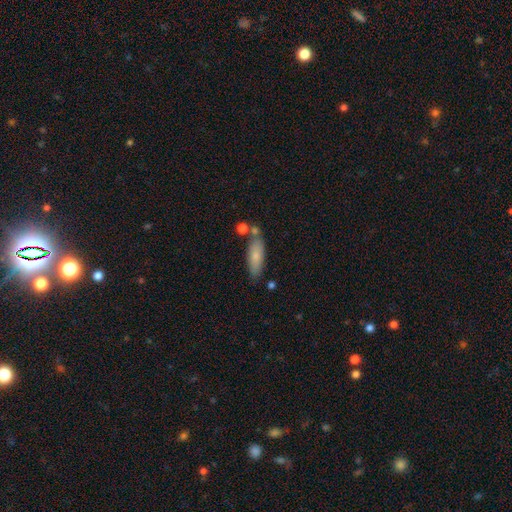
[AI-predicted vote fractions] smooth_or_featured: smooth (p=0.76) [alt: featured or disk p=0.17]
how_rounded: in between (p=0.51) [alt: cigar-shaped p=0.46]
merging: none (p=0.69) [alt: minor disturbance p=0.16]